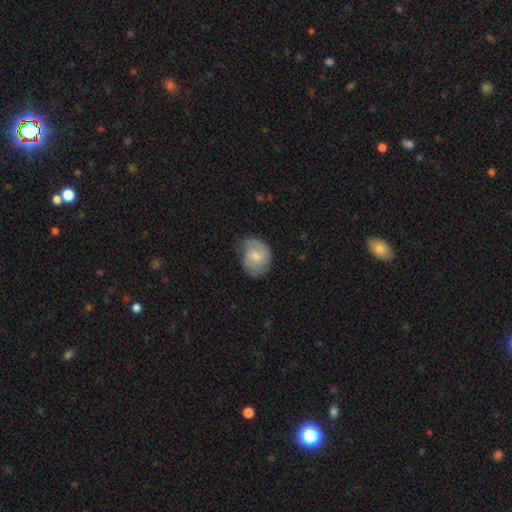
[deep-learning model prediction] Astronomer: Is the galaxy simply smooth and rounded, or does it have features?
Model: smooth — 47%, tied with featured or disk at 47%.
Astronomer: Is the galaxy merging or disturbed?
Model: none — 58%.